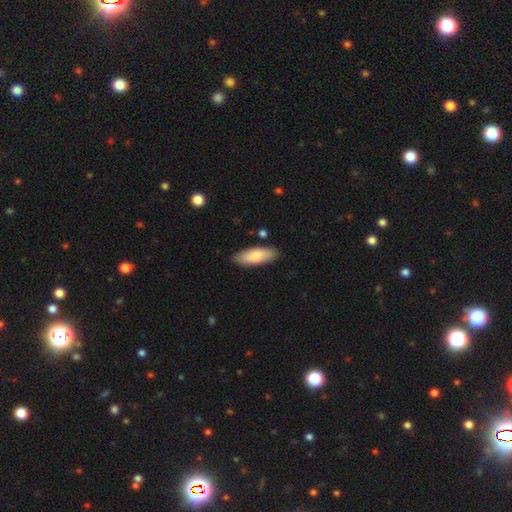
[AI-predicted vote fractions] smooth 83%, featured or disk 12%, star or artifact 5%. Down the decision tree: how rounded — in between (69%); merging — none (85%).